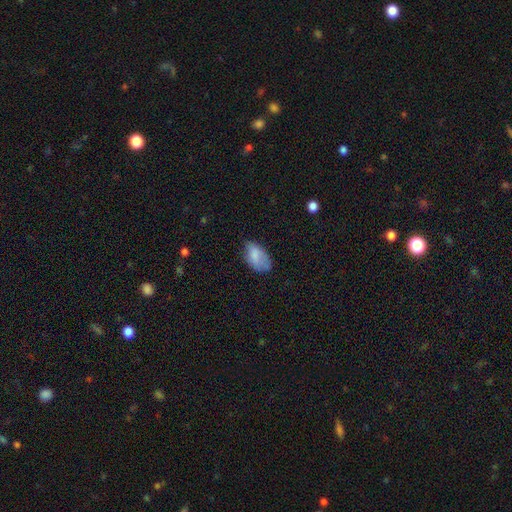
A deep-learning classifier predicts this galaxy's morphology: smooth_or_featured: smooth (p=0.81) [alt: featured or disk p=0.12]
how_rounded: in between (p=0.94) [alt: round p=0.05]
merging: none (p=0.57) [alt: minor disturbance p=0.33]